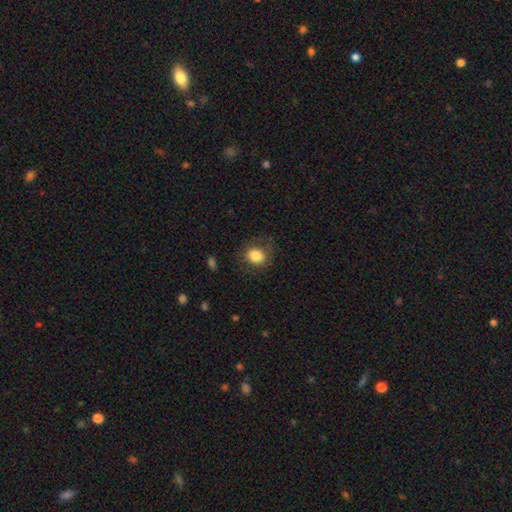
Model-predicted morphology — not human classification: This appears to be a smooth galaxy with no disk features (83%) that is round (70%). Merging: none (79%).